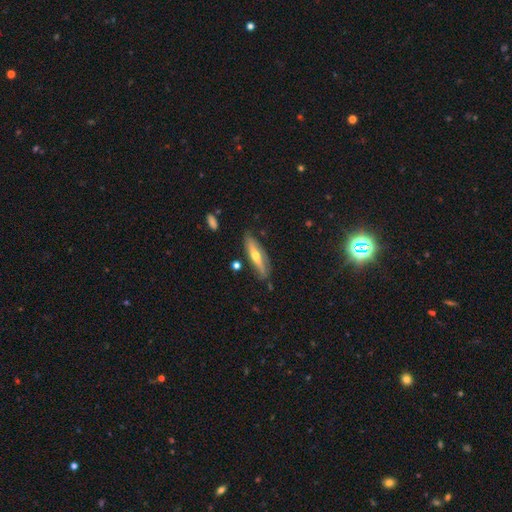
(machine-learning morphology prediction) The model was most divided on "smooth or featured": featured or disk: 51%, smooth: 43%, star or artifact: 6%. More confident: merging — none (74%); edge-on disk — yes (64%).